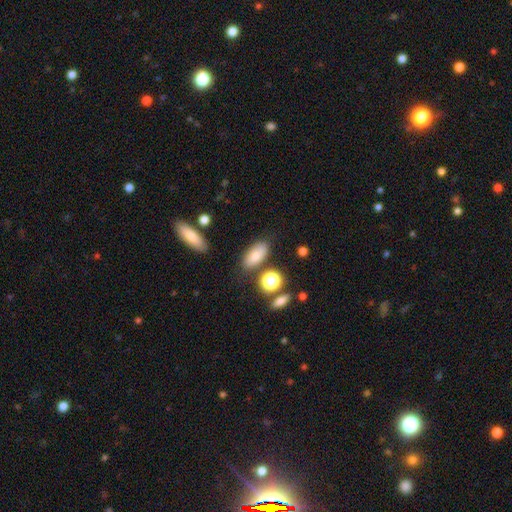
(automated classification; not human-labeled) Q: Smooth or featured?
A: smooth (74%); runner-up: featured or disk (15%)
Q: How rounded?
A: in between (83%); runner-up: cigar-shaped (11%)
Q: Merging?
A: none (77%); runner-up: minor disturbance (13%)